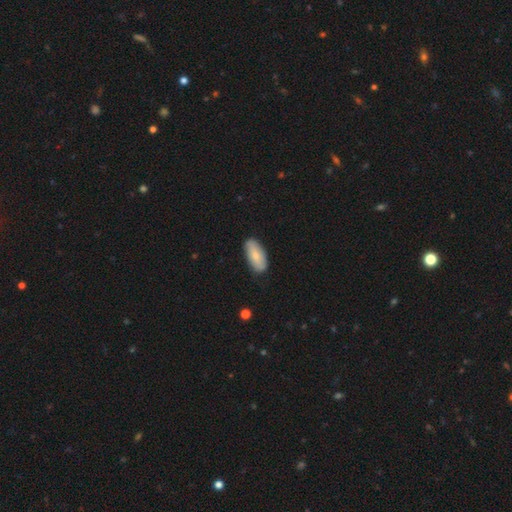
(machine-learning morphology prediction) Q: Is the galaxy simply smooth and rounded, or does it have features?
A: smooth — 74%.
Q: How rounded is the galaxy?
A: in between — 91%.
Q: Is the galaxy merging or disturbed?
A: none — 83%.